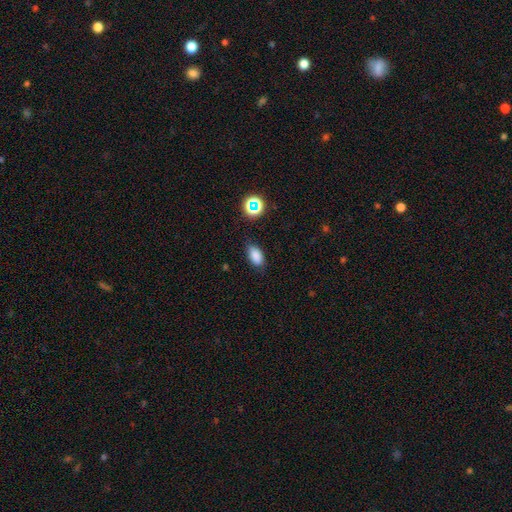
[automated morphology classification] Smooth or featured?
  - smooth: 83% *
  - star or artifact: 12%
  - featured or disk: 5%
How rounded?
  - in between: 89% *
  - round: 8%
  - cigar-shaped: 3%
Merging?
  - none: 79% *
  - minor disturbance: 15%
  - major disturbance: 4%
  - merger: 2%